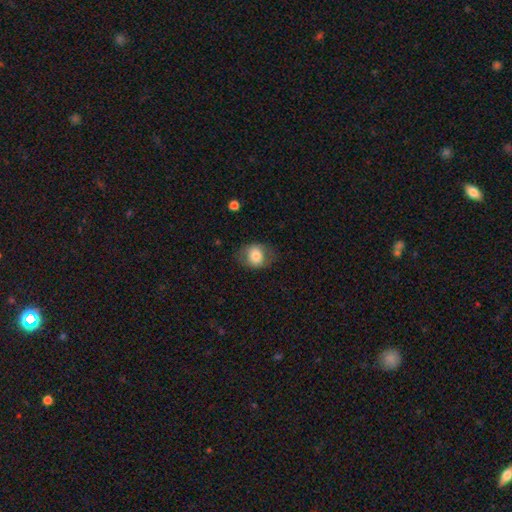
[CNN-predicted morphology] Smooth or featured? Predicted: smooth (p=0.72). How rounded? Predicted: round (p=0.51). Merging? Predicted: none (p=0.71).